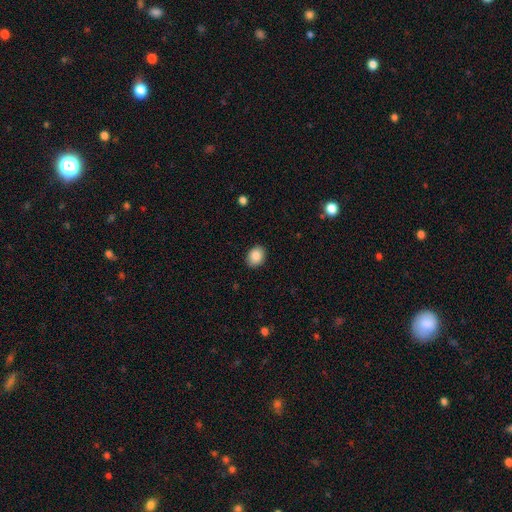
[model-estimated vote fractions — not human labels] Morphology: type=smooth (87%); roundness=in between (65%); merging=none (89%).